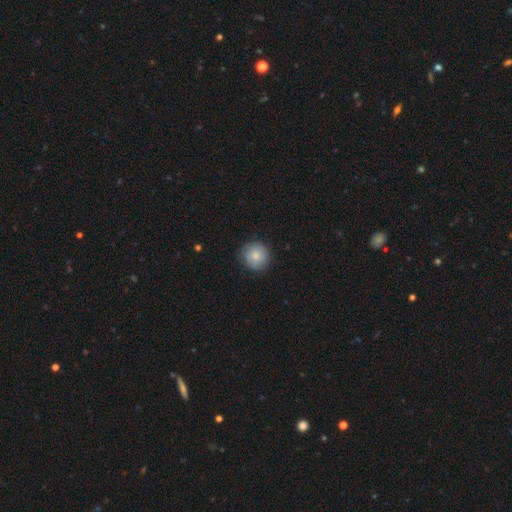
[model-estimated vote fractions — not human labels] smooth-or-featured: smooth: 77% | featured or disk: 16% | star or artifact: 7%
  how-rounded: round: 93% | in between: 6% | cigar-shaped: 1%
  merging: none: 83% | minor disturbance: 13% | major disturbance: 3% | merger: 1%